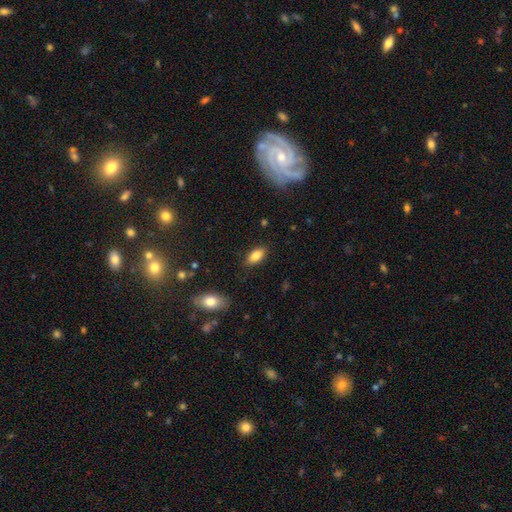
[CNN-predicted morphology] Smooth or featured?
  - smooth: 84% *
  - featured or disk: 8%
  - star or artifact: 8%
How rounded?
  - in between: 91% *
  - cigar-shaped: 5%
  - round: 4%
Merging?
  - none: 85% *
  - minor disturbance: 11%
  - major disturbance: 3%
  - merger: 1%